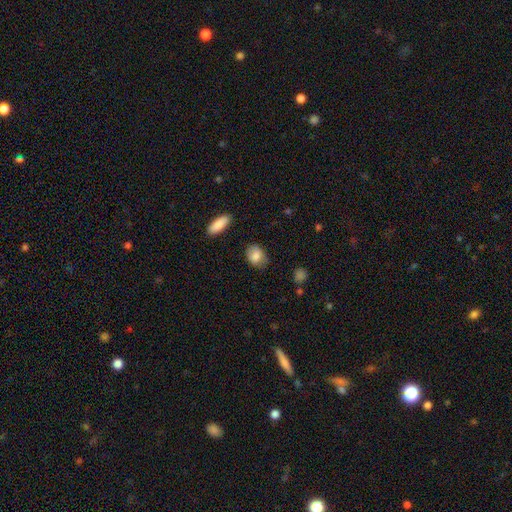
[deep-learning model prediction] smooth_or_featured: smooth (p=0.82) [alt: featured or disk p=0.10]
how_rounded: in between (p=0.69) [alt: round p=0.30]
merging: none (p=0.73) [alt: minor disturbance p=0.21]